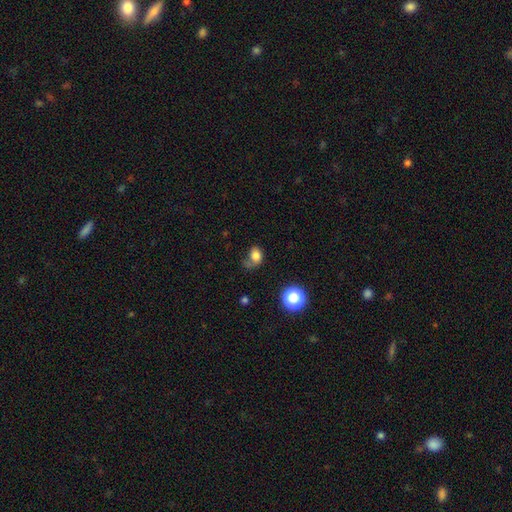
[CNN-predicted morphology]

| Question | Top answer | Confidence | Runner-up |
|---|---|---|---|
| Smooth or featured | smooth | 77% | star or artifact (12%) |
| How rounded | in between | 60% | round (39%) |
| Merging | none | 38% | minor disturbance (28%) |